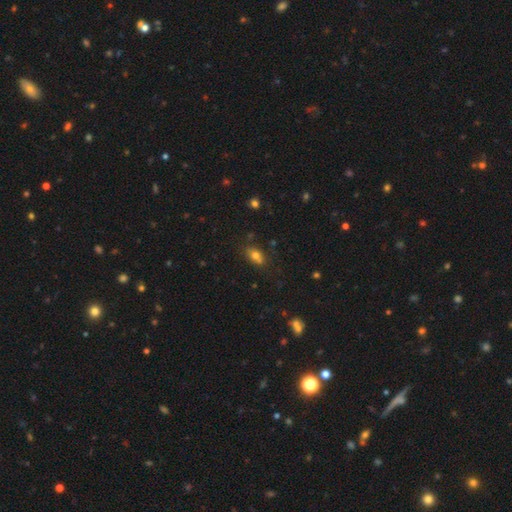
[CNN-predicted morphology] A smooth galaxy with no disk features (75%) that is in between round and cigar-shaped (73%).

Vote fractions:
- Smooth or featured? smooth: 75% / star or artifact: 14% / featured or disk: 12%
- How rounded? in between: 73% / round: 24% / cigar-shaped: 4%
- Merging? none: 59% / minor disturbance: 20% / merger: 16% / major disturbance: 6%